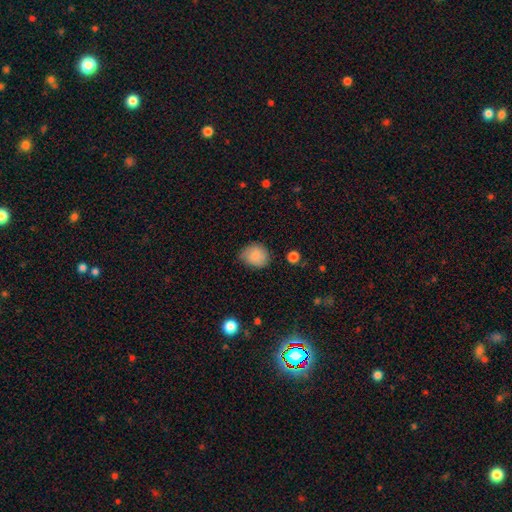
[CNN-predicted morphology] The model was most divided on "how rounded": round: 62%, in between: 37%, cigar-shaped: 1%. More confident: smooth or featured — smooth (83%); merging — none (70%).